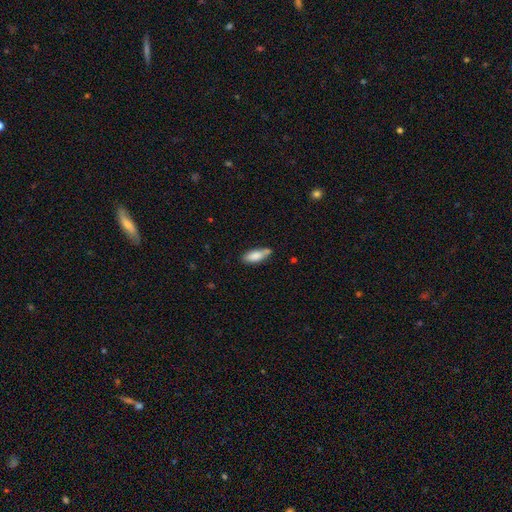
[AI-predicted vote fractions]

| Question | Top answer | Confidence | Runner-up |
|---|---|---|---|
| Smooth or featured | smooth | 82% | featured or disk (11%) |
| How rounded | in between | 71% | cigar-shaped (27%) |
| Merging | none | 58% | minor disturbance (25%) |